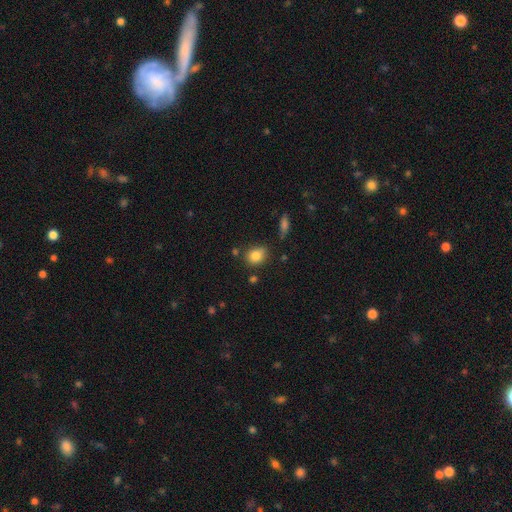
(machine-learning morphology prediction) smooth 82%, star or artifact 10%, featured or disk 8%. Down the decision tree: how rounded — in between (52%); merging — none (72%).